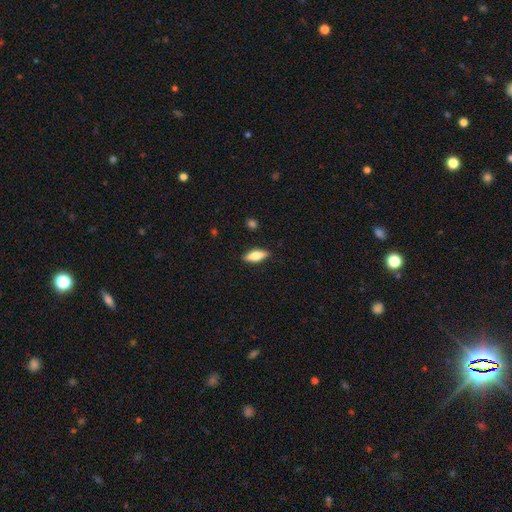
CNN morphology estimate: smooth-or-featured: smooth: 68% | featured or disk: 26% | star or artifact: 6%
  how-rounded: in between: 65% | cigar-shaped: 32% | round: 3%
  merging: none: 88% | minor disturbance: 9% | major disturbance: 2% | merger: 1%